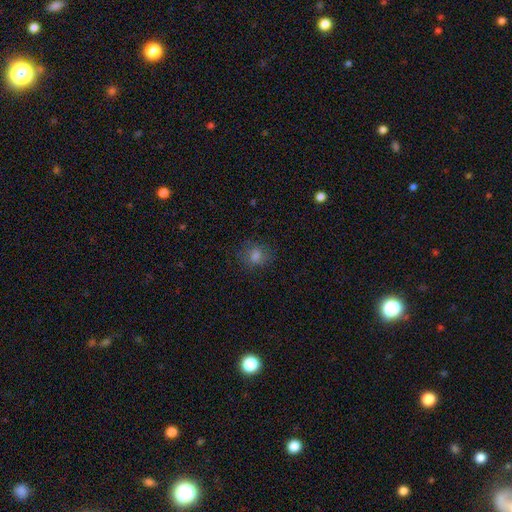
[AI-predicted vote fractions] smooth 72%, star or artifact 18%, featured or disk 10%. Down the decision tree: how rounded — round (70%); merging — none (79%).